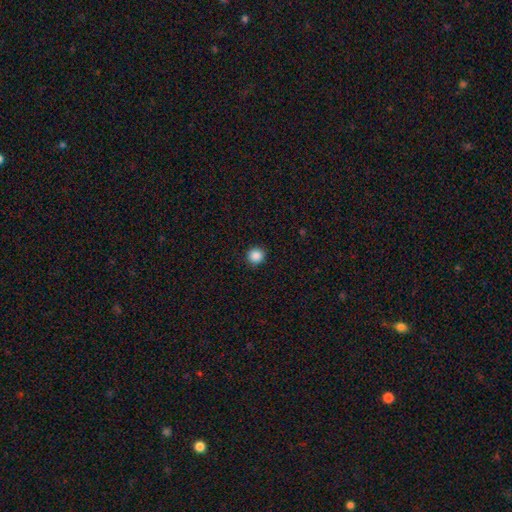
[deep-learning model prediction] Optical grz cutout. It shows a smooth galaxy with no disk features (88%) that is round (94%). Merging: none (92%).